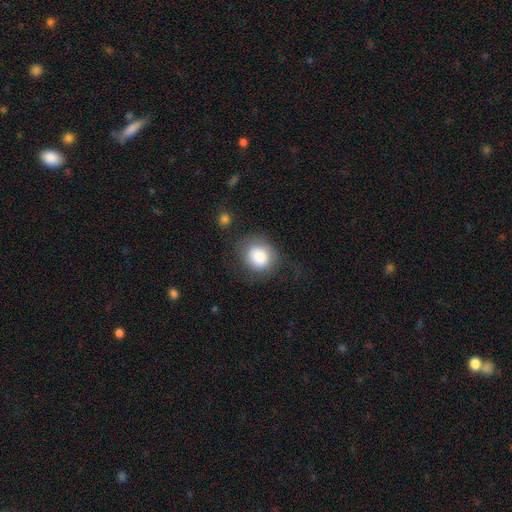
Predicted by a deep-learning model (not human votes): Morphology: type=smooth (82%); roundness=round (70%); merging=none (60%).